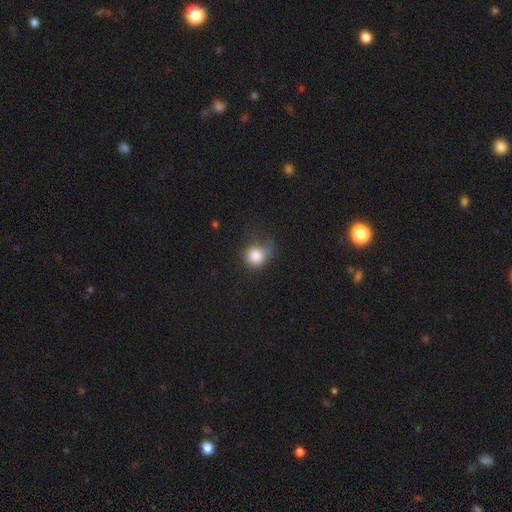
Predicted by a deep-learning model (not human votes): Q: Smooth or featured?
A: smooth (83%); runner-up: star or artifact (10%)
Q: How rounded?
A: round (78%); runner-up: in between (21%)
Q: Merging?
A: none (44%); runner-up: minor disturbance (35%)